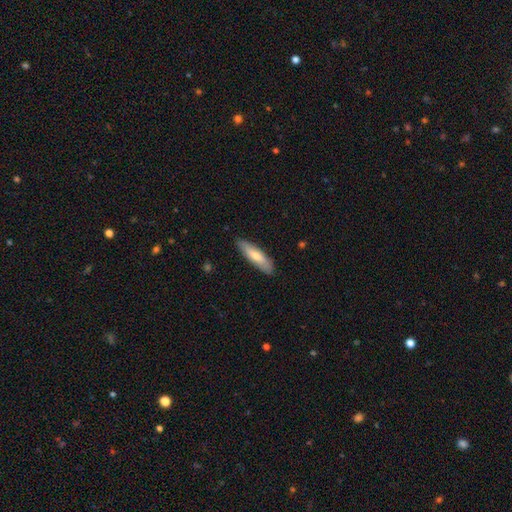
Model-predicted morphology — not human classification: type=smooth (67%); roundness=cigar-shaped (61%); merging=none (86%).